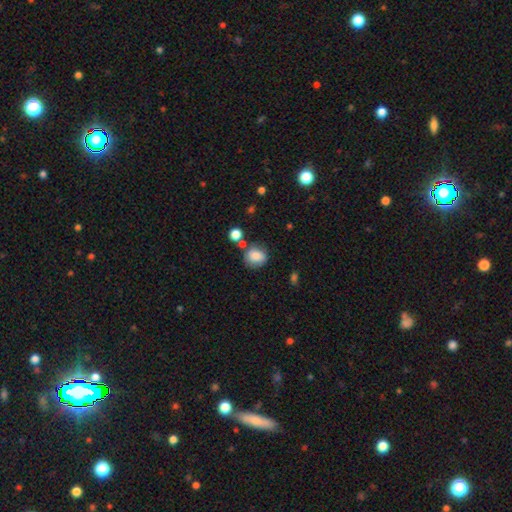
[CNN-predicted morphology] Smooth or featured? smooth (81%)
How rounded? round (76%)
Merging? none (66%)